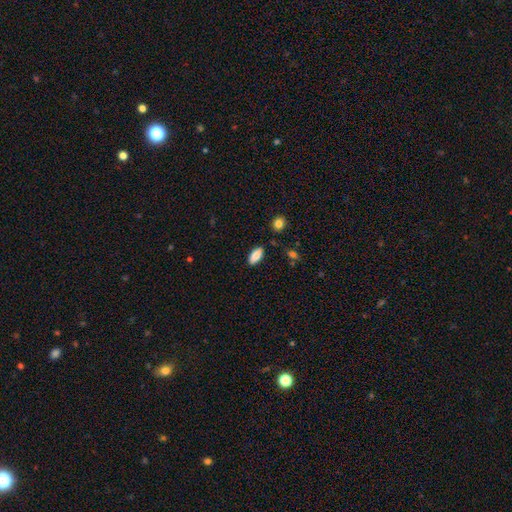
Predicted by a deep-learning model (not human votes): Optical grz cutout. It shows a smooth galaxy with no disk features (84%) that is in between round and cigar-shaped (84%). Merging: none (86%).